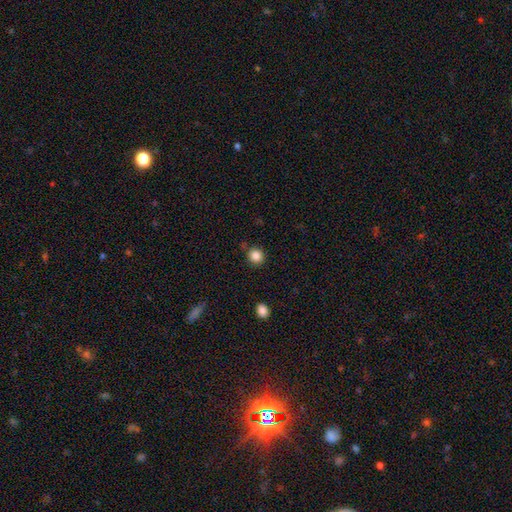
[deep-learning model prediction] smooth_or_featured: smooth (p=0.85) [alt: star or artifact p=0.10]
how_rounded: round (p=0.88) [alt: in between p=0.11]
merging: none (p=0.84) [alt: minor disturbance p=0.09]